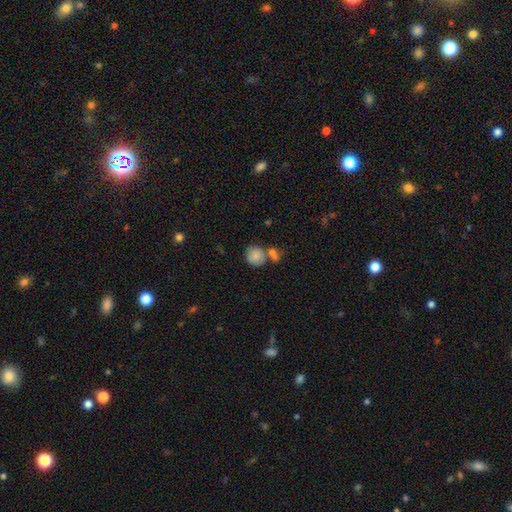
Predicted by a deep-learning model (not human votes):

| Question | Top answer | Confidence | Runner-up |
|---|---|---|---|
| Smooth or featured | smooth | 84% | star or artifact (8%) |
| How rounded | round | 83% | in between (16%) |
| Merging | none | 51% | merger (32%) |